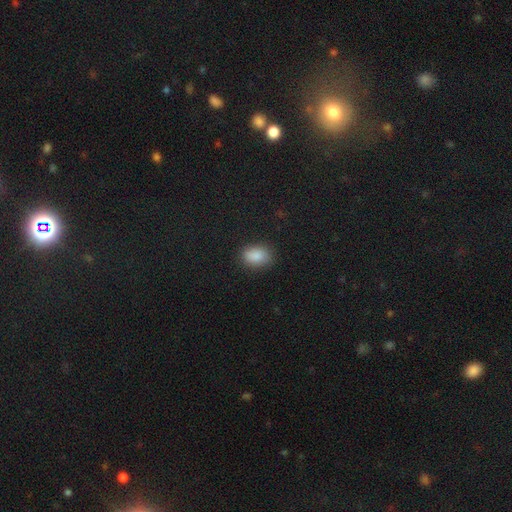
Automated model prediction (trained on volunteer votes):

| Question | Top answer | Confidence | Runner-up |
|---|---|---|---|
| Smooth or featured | smooth | 87% | star or artifact (8%) |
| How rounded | in between | 76% | round (22%) |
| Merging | none | 82% | minor disturbance (13%) |